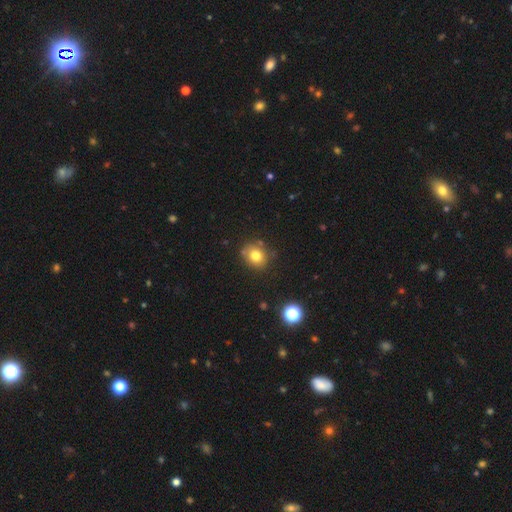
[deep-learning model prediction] Overall: smooth (77%). How rounded: round (69%; in between 30%). Merging: none (78%).